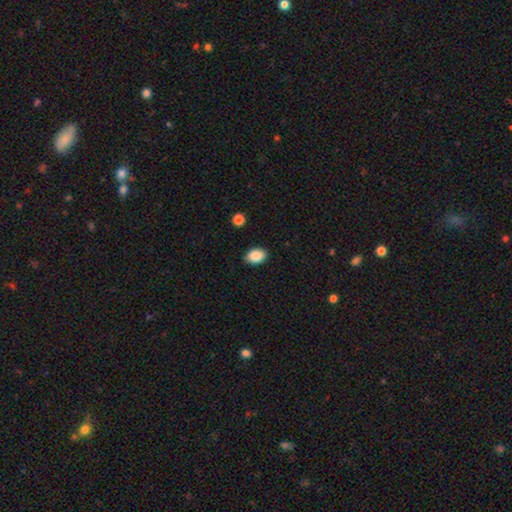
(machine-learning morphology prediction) Smooth or featured? Predicted: smooth (p=0.87). How rounded? Predicted: in between (p=0.82). Merging? Predicted: none (p=0.87).